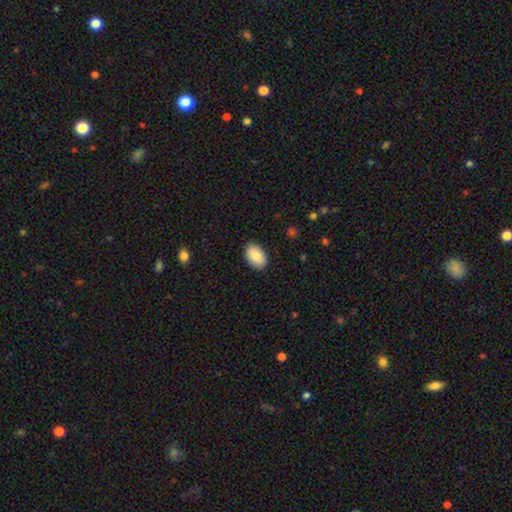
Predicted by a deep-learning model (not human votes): Smooth or featured? Predicted: smooth (p=0.86). How rounded? Predicted: in between (p=0.93). Merging? Predicted: none (p=0.89).